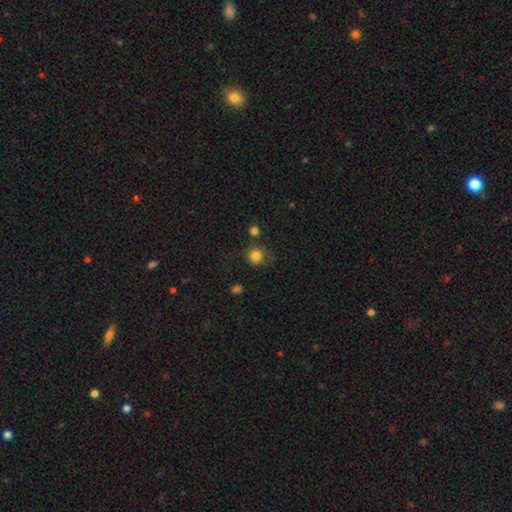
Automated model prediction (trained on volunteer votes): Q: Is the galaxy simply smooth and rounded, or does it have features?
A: smooth — 82%.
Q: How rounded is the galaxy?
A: round — 91%.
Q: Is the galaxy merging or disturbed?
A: none — 72%.